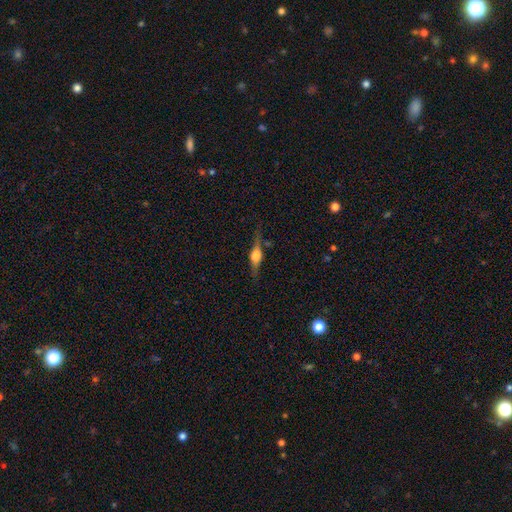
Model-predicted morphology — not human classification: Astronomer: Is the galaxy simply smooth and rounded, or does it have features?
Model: featured or disk — 71%.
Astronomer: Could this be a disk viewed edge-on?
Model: yes — 96%.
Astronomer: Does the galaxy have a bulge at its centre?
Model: rounded — 90%.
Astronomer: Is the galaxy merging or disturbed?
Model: none — 79%.